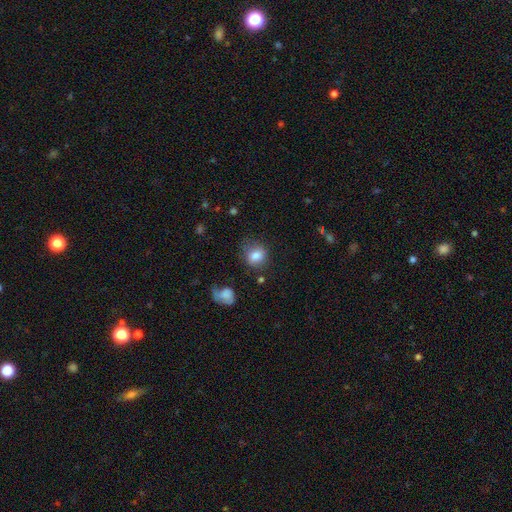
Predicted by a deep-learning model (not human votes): Overall: smooth (81%). How rounded: round (70%). Merging: none (65%).